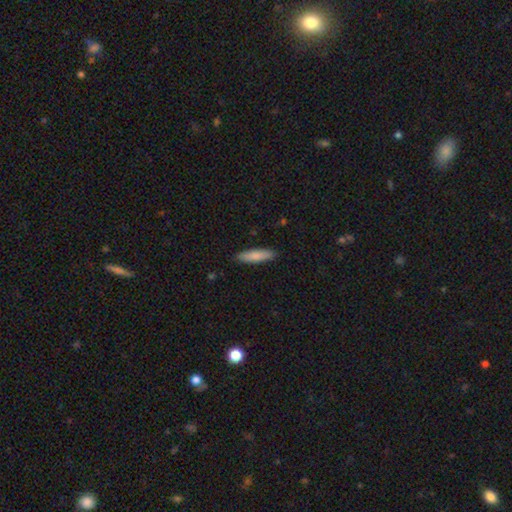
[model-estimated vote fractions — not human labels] This appears to be a smooth galaxy with no disk features (83%) that is cigar-shaped (76%). Merging: none (89%).